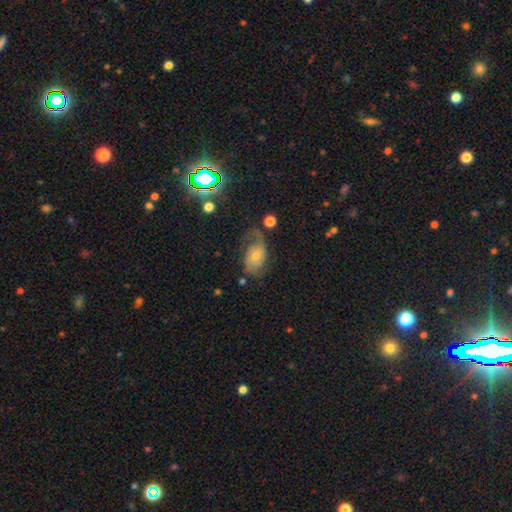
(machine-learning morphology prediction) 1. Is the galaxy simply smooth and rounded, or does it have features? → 56% featured or disk, 35% smooth, 9% star or artifact.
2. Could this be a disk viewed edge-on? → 95% no, 5% yes.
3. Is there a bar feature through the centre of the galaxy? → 67% no, 28% weak, 5% strong.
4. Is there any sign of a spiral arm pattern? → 83% yes, 17% no.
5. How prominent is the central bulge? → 49% moderate, 41% small, 5% large, 3% none, 1% dominant.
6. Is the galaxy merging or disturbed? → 38% none, 29% major disturbance, 29% minor disturbance, 4% merger.